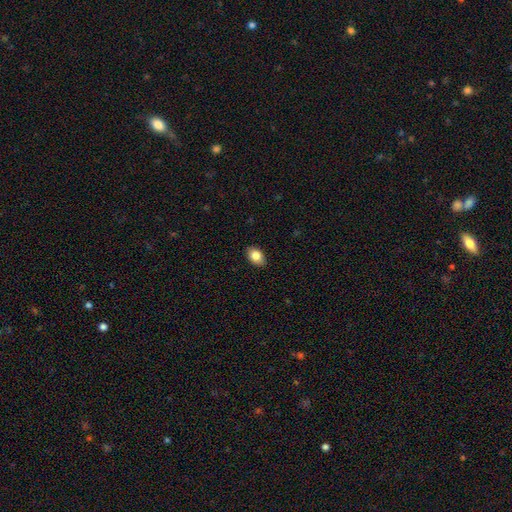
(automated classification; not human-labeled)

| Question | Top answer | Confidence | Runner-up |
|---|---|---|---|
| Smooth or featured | smooth | 83% | featured or disk (8%) |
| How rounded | in between | 84% | round (15%) |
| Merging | none | 89% | minor disturbance (9%) |